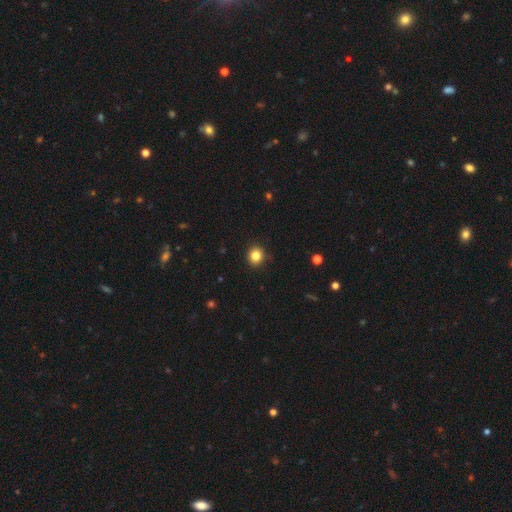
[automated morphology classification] Smooth or featured? Predicted: smooth (p=0.84). How rounded? Predicted: round (p=0.86). Merging? Predicted: none (p=0.90).